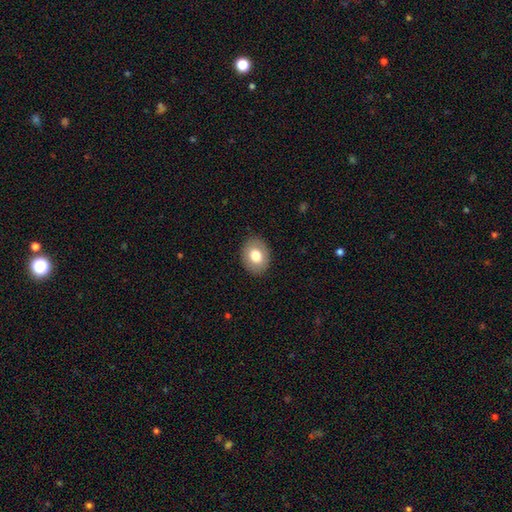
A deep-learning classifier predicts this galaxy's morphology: A smooth galaxy with no disk features (76%) that is in between round and cigar-shaped (61%). Merging: none (88%).